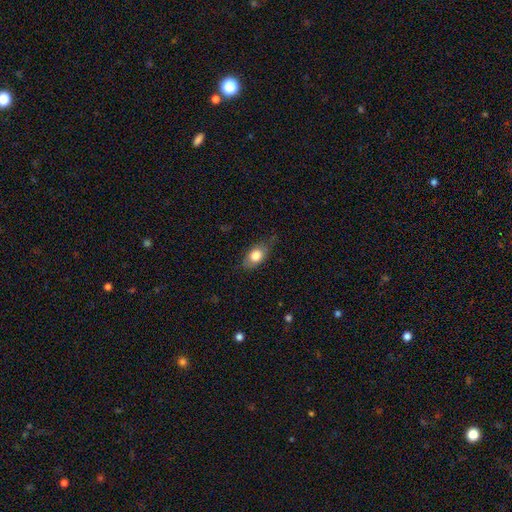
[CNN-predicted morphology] Smooth or featured? smooth (75%)
How rounded? in between (82%)
Merging? none (66%)